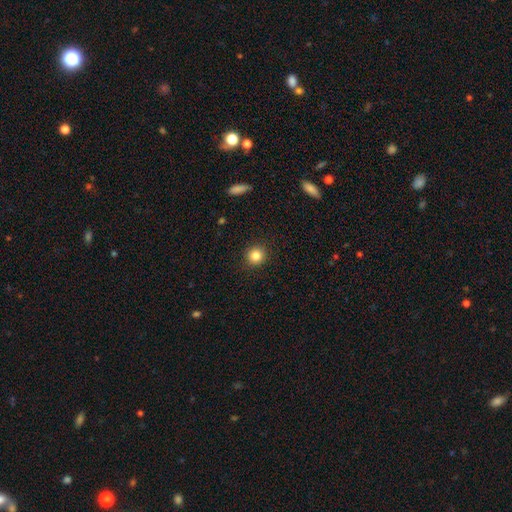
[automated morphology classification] A smooth galaxy with no disk features (84%) that is round (91%).

Vote fractions:
- Smooth or featured? smooth: 84% / star or artifact: 11% / featured or disk: 5%
- How rounded? round: 91% / in between: 8% / cigar-shaped: 1%
- Merging? none: 91% / minor disturbance: 6% / major disturbance: 2% / merger: 1%